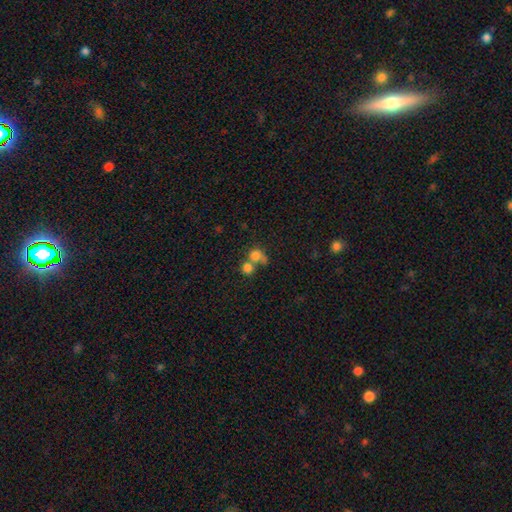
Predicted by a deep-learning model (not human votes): Smooth or featured? smooth (75%)
How rounded? round (83%)
Merging? merger (52%)